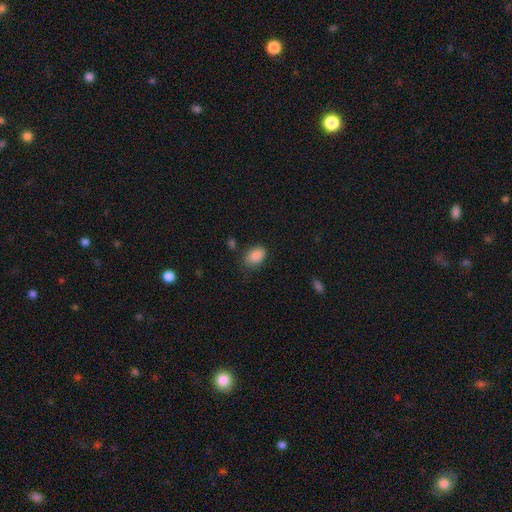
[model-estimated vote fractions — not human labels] Smooth or featured? Predicted: smooth (p=0.88). How rounded? Predicted: in between (p=0.81). Merging? Predicted: none (p=0.73).